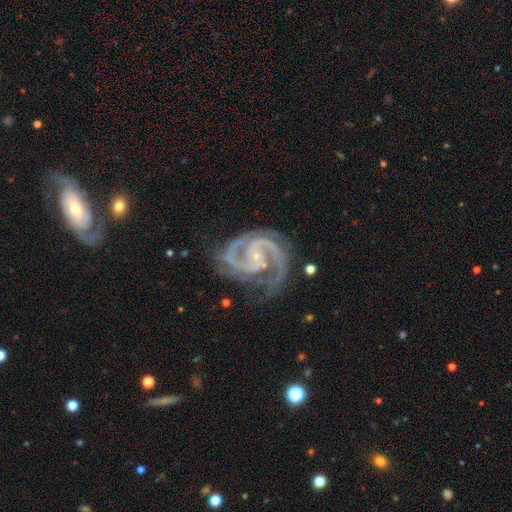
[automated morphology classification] smooth-or-featured: featured or disk: 94% | star or artifact: 4% | smooth: 2%
  disk-edge-on: no: 98% | yes: 2%
    bar: no: 61% | weak: 27% | strong: 12%
    has-spiral-arms: yes: 99% | no: 1%
      spiral-winding: medium: 53% | tight: 42% | loose: 6%
      spiral-arm-count: 2: 76% | 3: 14% | can't tell: 3% | 4: 3% | 1: 2% | more than 4: 2%
    bulge-size: small: 86% | moderate: 8% | none: 4% | large: 1% | dominant: 1%
  merging: none: 66% | minor disturbance: 21% | major disturbance: 11% | merger: 2%